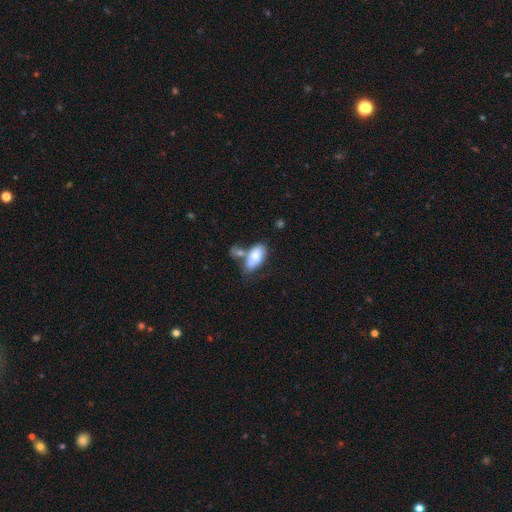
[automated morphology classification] Smooth or featured? smooth (70%)
How rounded? in between (91%)
Merging? merger (40%)